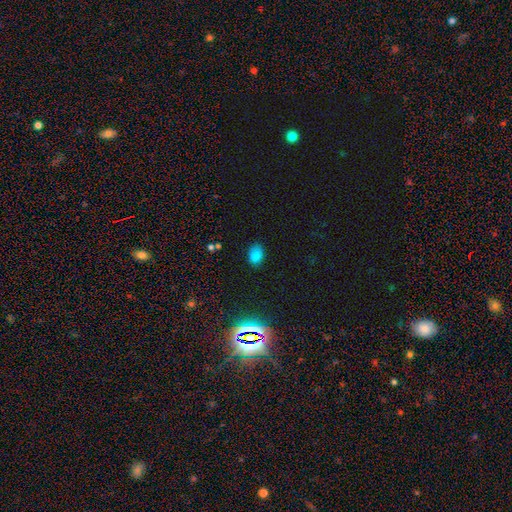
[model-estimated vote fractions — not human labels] Smooth or featured? smooth (77%)
How rounded? in between (85%)
Merging? none (77%)